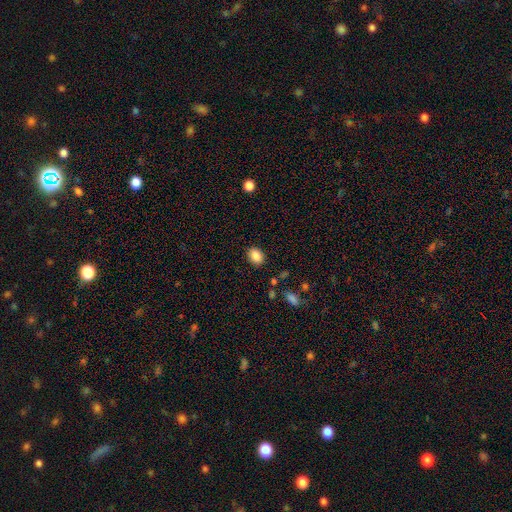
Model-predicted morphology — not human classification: type=smooth (86%); roundness=in between (66%); merging=none (87%).